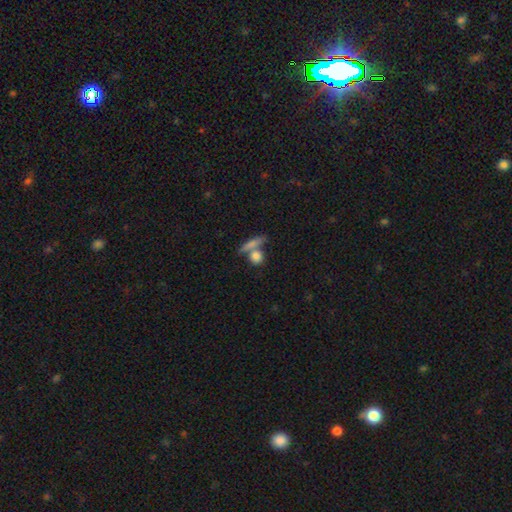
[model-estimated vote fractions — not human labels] Smooth or featured: smooth — 77% (featured or disk — 14%)
How rounded: round — 64% (in between — 23%)
Merging: none — 52% (merger — 34%)